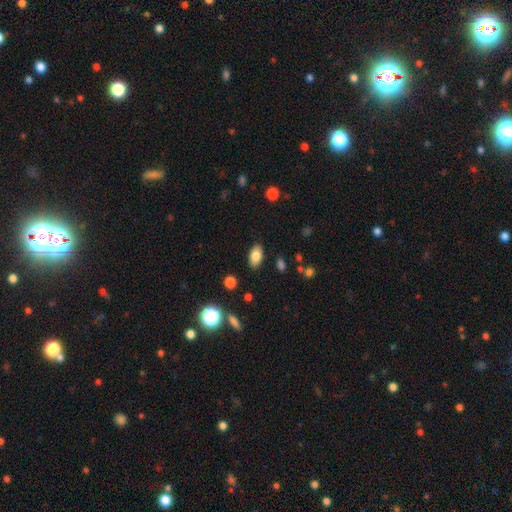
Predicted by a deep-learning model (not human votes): Smooth or featured? Predicted: smooth (p=0.83). How rounded? Predicted: in between (p=0.91). Merging? Predicted: none (p=0.86).